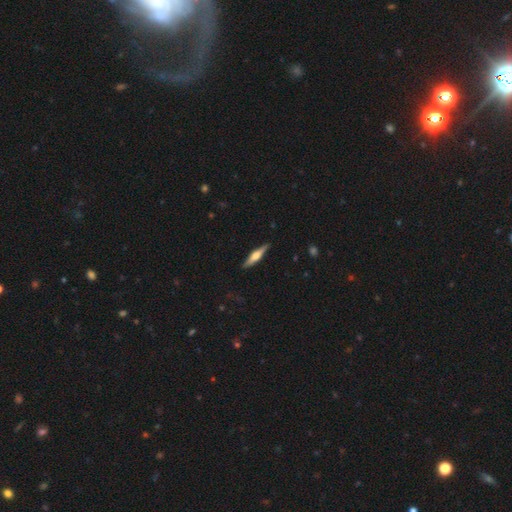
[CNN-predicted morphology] This is likely a featured or disk galaxy (63%). It is clearly viewed edge-on (97%). Edge-on bulge: clearly rounded (87%). Merging: clearly none (89%).